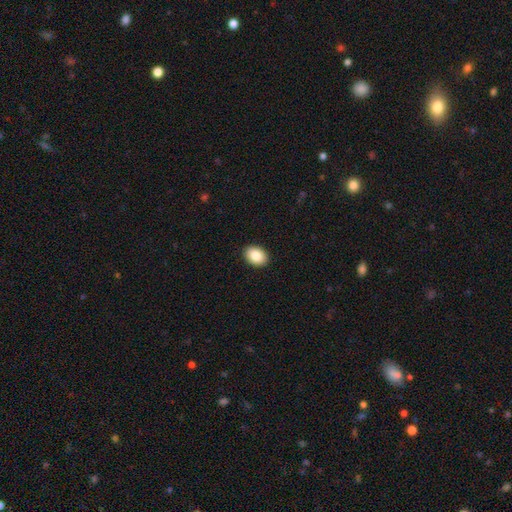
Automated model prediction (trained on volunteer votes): Smooth or featured? smooth (87%)
How rounded? in between (75%)
Merging? none (91%)